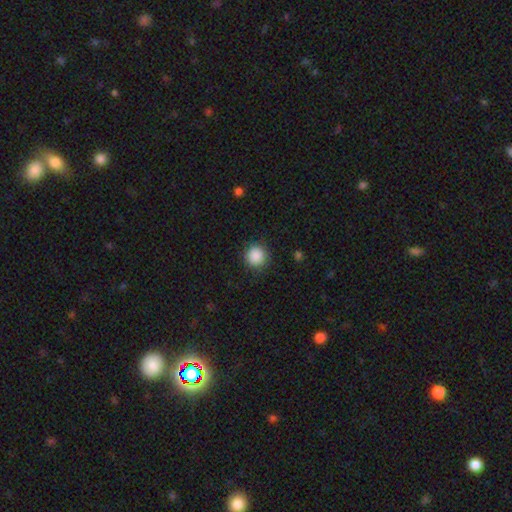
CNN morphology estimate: Smooth or featured? smooth (88%)
How rounded? round (95%)
Merging? none (89%)